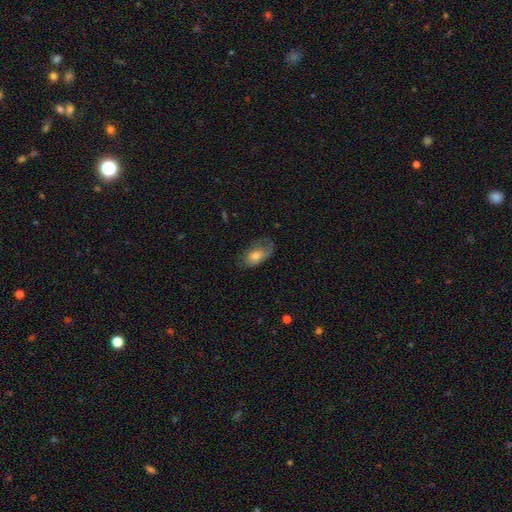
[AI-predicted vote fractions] Overall: smooth (65%; featured or disk 27%). How rounded: in between (90%). Merging: none (52%; minor disturbance 29%).